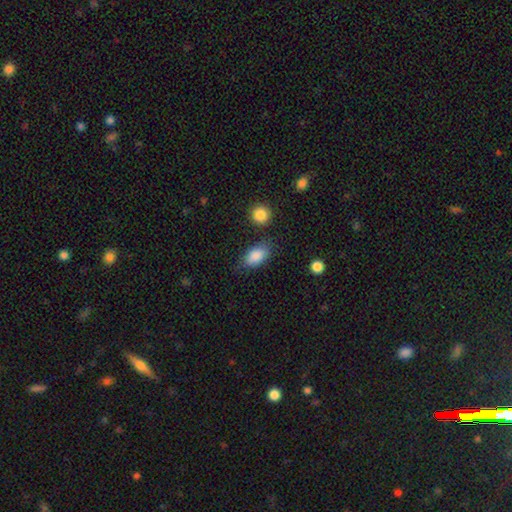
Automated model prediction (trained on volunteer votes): The model was most divided on "merging": none: 72%, minor disturbance: 19%, major disturbance: 5%, merger: 4%. More confident: how rounded — in between (90%); smooth or featured — smooth (87%).